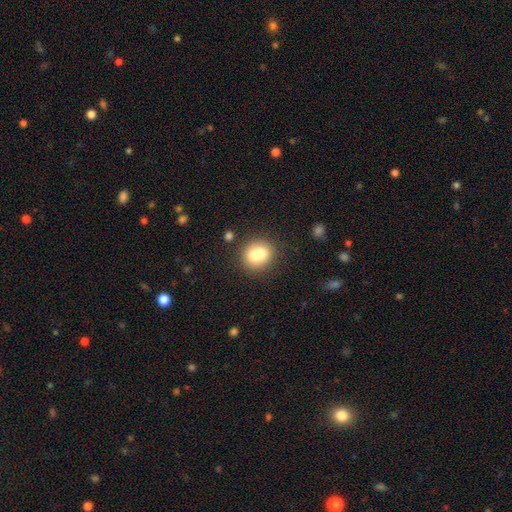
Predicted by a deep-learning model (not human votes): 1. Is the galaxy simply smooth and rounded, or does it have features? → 71% smooth, 19% featured or disk, 9% star or artifact.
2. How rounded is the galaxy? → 66% round, 33% in between, 1% cigar-shaped.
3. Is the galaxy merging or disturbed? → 49% none, 35% merger, 12% minor disturbance, 4% major disturbance.